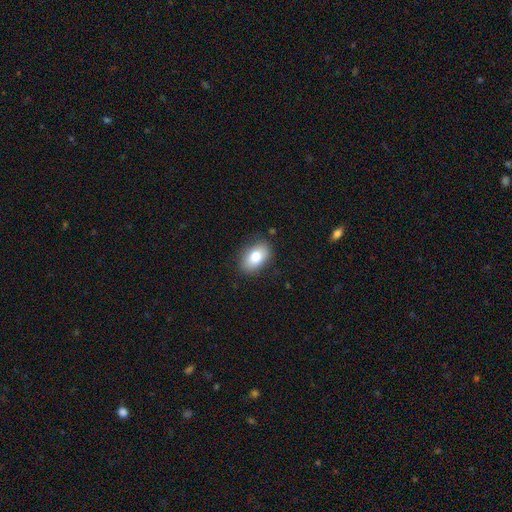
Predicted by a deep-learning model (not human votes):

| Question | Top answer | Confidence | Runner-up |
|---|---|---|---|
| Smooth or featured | smooth | 80% | featured or disk (12%) |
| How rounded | in between | 88% | round (10%) |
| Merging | none | 83% | minor disturbance (13%) |